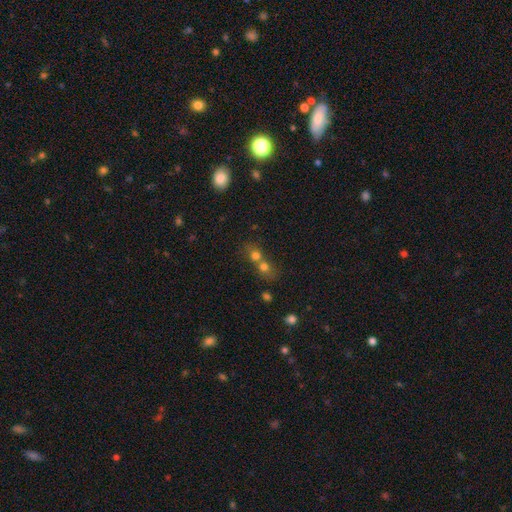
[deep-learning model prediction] smooth 69%, star or artifact 16%, featured or disk 15%. Down the decision tree: how rounded — round (75%); merging — merger (66%).